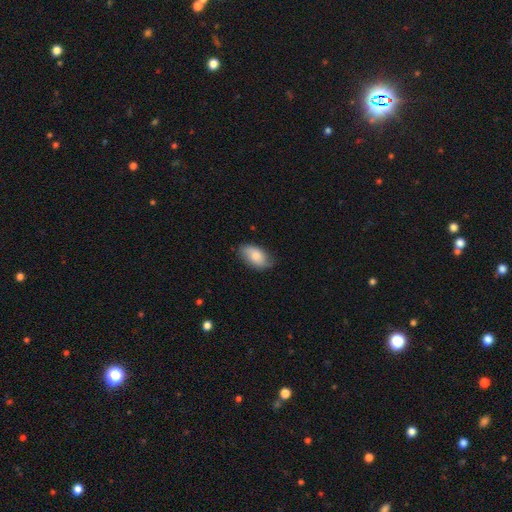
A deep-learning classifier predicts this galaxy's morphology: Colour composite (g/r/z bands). It shows a smooth galaxy with no disk features (73%) that is in between round and cigar-shaped (93%). Merging: none (73%).